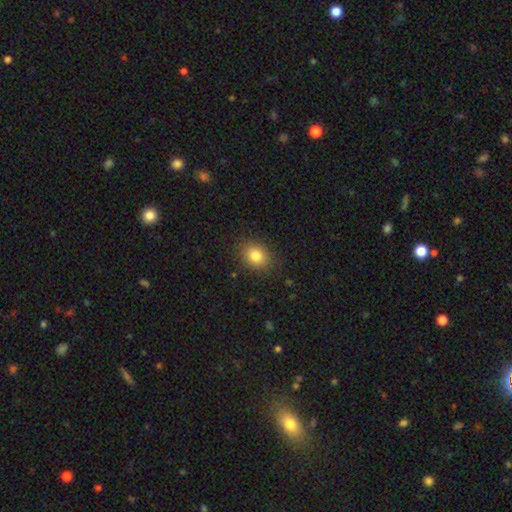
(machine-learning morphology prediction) smooth 83%, star or artifact 11%, featured or disk 7%. Down the decision tree: how rounded — round (55%); merging — none (86%).